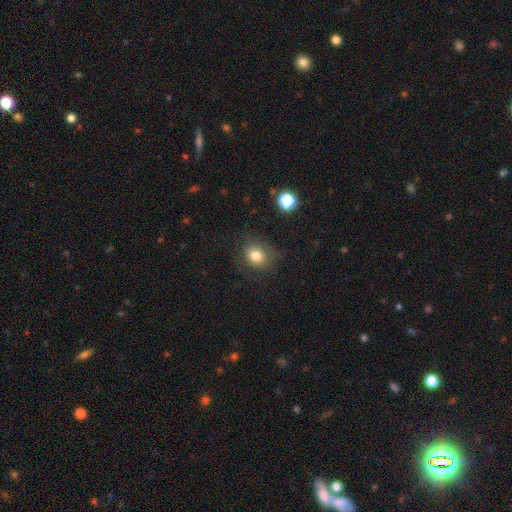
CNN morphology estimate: The model was most divided on "how rounded": round: 65%, in between: 34%, cigar-shaped: 1%. More confident: smooth or featured — smooth (78%); merging — none (74%).